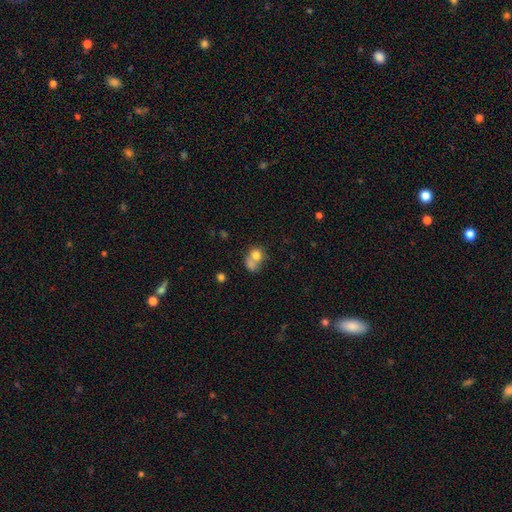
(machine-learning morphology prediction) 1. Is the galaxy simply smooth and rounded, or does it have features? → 74% smooth, 16% featured or disk, 10% star or artifact.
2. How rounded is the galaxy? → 63% round, 36% in between, 1% cigar-shaped.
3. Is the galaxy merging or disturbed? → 56% merger, 27% none, 10% minor disturbance, 8% major disturbance.